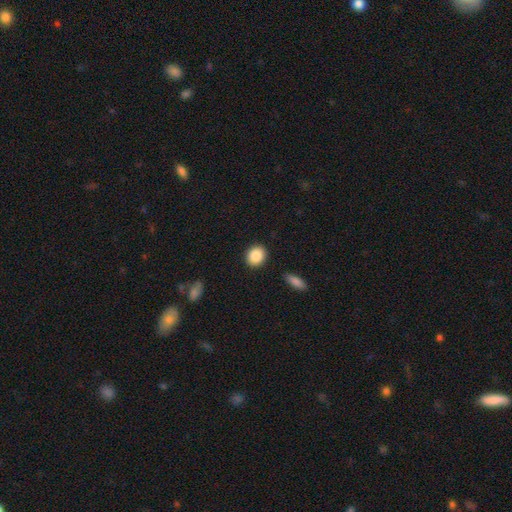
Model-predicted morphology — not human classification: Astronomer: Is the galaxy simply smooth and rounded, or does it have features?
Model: smooth — 87%.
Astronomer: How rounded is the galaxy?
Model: round — 64%.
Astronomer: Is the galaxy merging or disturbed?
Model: none — 90%.